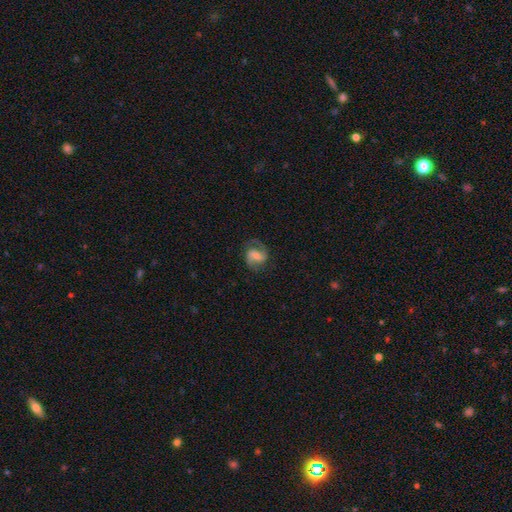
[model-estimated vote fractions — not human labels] featured or disk 77%, smooth 16%, star or artifact 7%. Down the decision tree: edge-on disk — no (98%); bar — weak (47%); spiral arms — yes (95%); spiral arm count — 2 (90%); spiral winding — medium (53%); bulge size — moderate (39%); merging — none (77%).